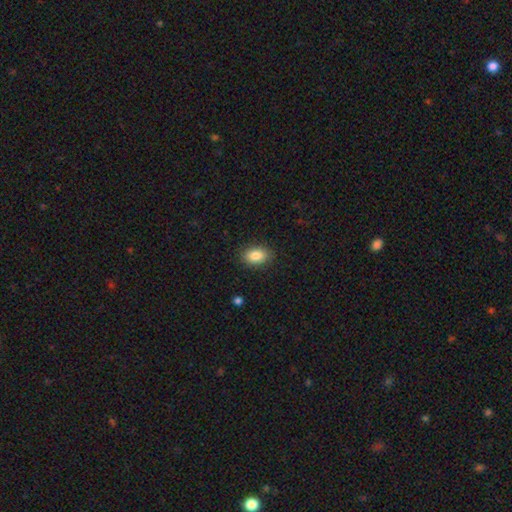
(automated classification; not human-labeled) Morphology: type=smooth (86%); roundness=in between (85%); merging=none (88%).